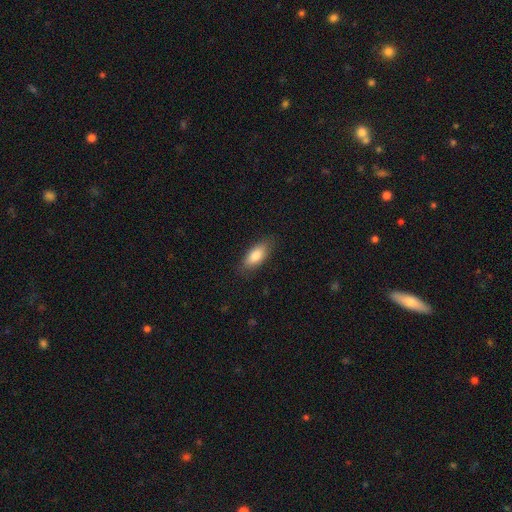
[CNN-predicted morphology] Smooth or featured: smooth — 81% (featured or disk — 12%)
How rounded: in between — 83% (cigar-shaped — 14%)
Merging: none — 84% (minor disturbance — 13%)